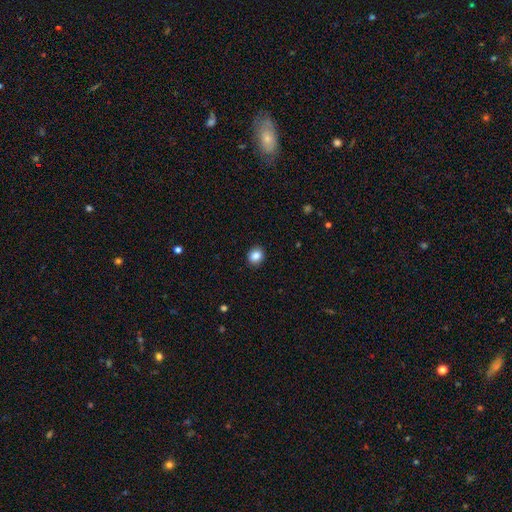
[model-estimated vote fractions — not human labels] Smooth or featured: smooth — 86% (star or artifact — 10%)
How rounded: round — 70% (in between — 29%)
Merging: none — 91% (minor disturbance — 6%)